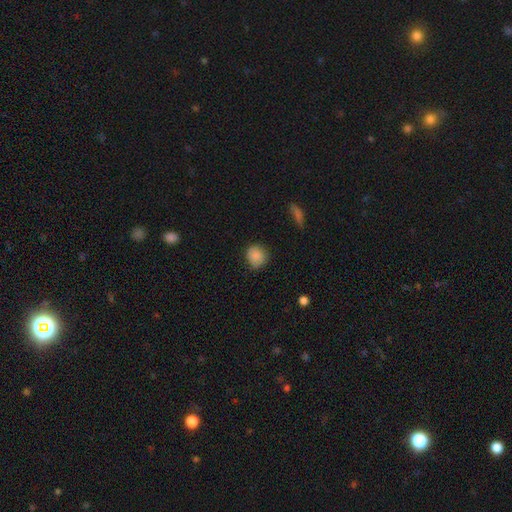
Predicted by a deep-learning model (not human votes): Morphology: type=smooth (86%); roundness=round (80%); merging=none (75%).